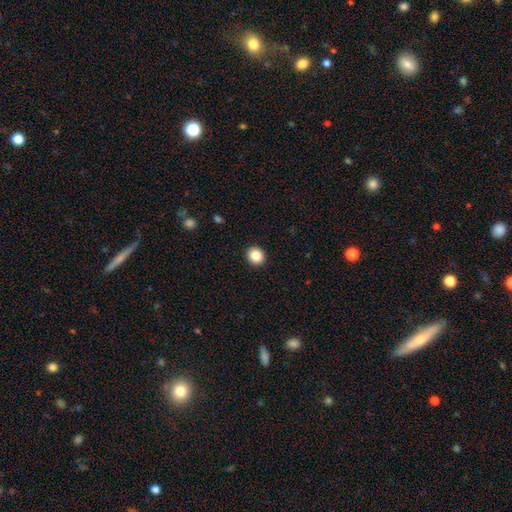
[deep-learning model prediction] Morphology: type=smooth (87%); roundness=round (81%); merging=none (92%).